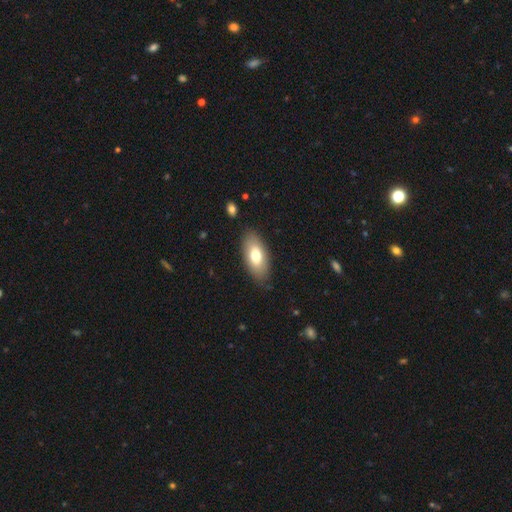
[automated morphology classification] smooth_or_featured: smooth (p=0.73) [alt: featured or disk p=0.21]
how_rounded: in between (p=0.90) [alt: cigar-shaped p=0.08]
merging: none (p=0.85) [alt: minor disturbance p=0.11]